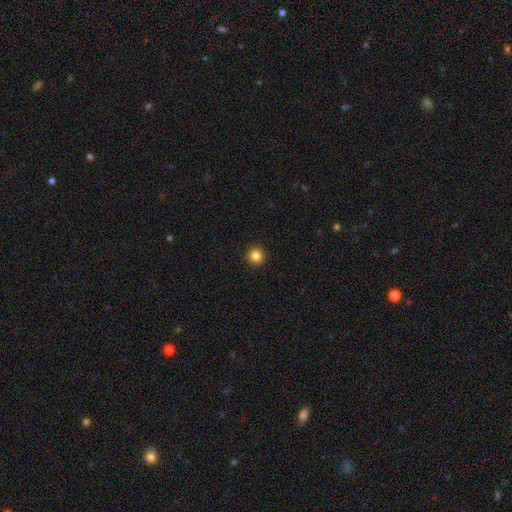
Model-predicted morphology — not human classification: This is clearly a smooth galaxy (85%). How rounded: clearly round (95%). Merging: clearly none (93%).